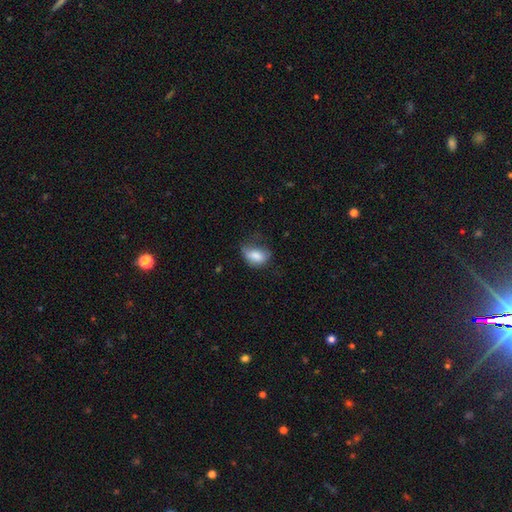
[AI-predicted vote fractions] Smooth or featured? Predicted: smooth (p=0.78). How rounded? Predicted: in between (p=0.86). Merging? Predicted: none (p=0.37, tied with minor disturbance).